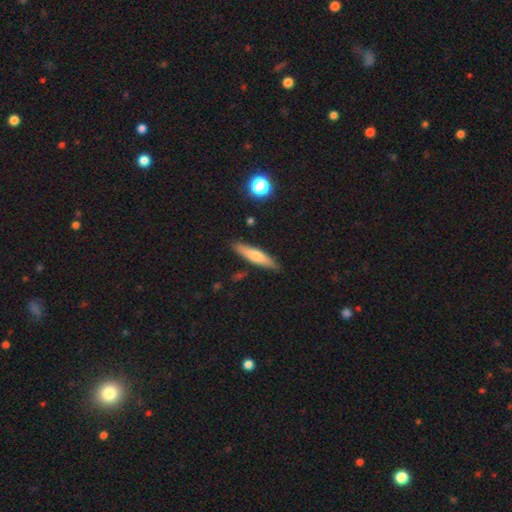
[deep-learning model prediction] Smooth or featured? smooth (64%)
How rounded? cigar-shaped (81%)
Merging? none (87%)